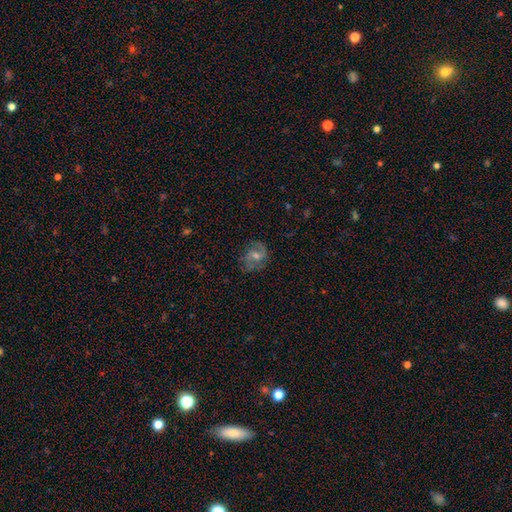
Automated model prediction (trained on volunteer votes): Smooth or featured? featured or disk (67%)
Edge-on disk? no (97%)
Bar? no (45%)
Spiral arms? yes (89%)
Spiral winding? medium (49%)
Spiral arm count? 2 (76%)
Bulge size? moderate (59%)
Merging? none (76%)